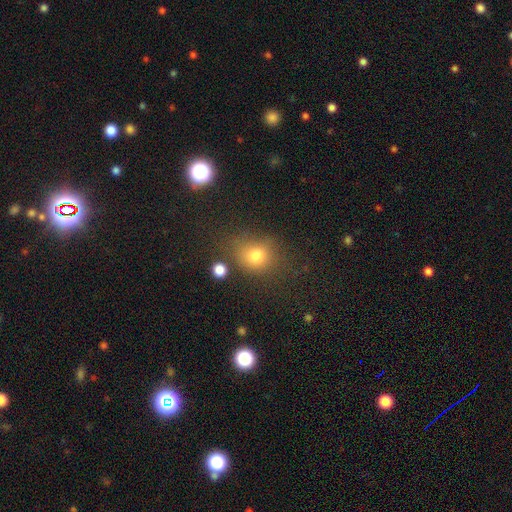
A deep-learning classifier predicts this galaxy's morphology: A smooth galaxy with no disk features (74%) that is round (69%). Merging: none (69%).